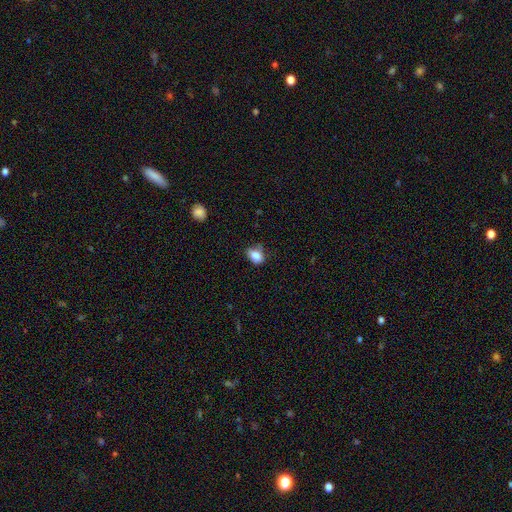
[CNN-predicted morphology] Overall: smooth (84%). How rounded: in between (70%). Merging: none (59%; minor disturbance 31%).